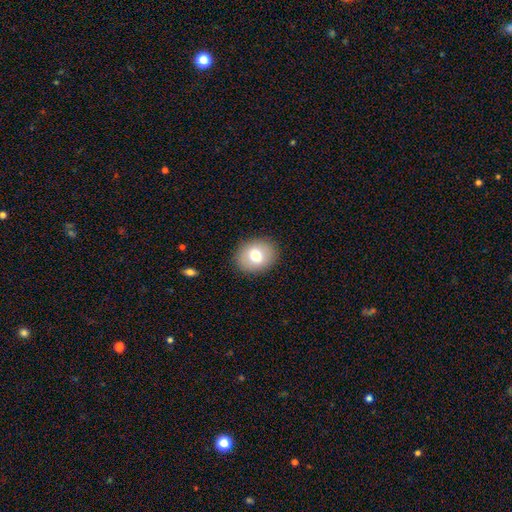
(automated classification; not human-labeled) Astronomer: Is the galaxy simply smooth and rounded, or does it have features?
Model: smooth — 75%.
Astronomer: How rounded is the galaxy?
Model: round — 50%, tied with in between at 50%.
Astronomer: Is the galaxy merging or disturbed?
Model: none — 89%.